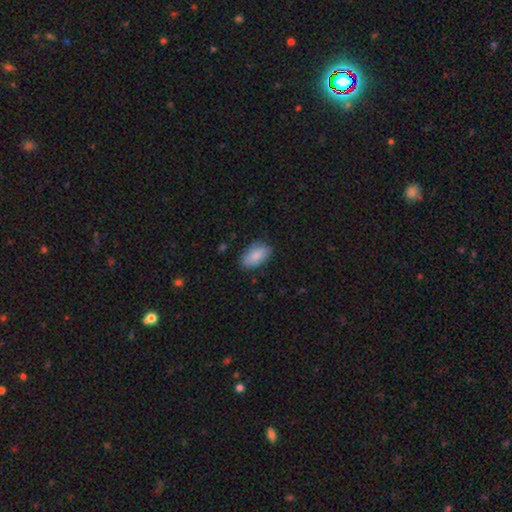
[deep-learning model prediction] Smooth or featured?
  - smooth: 85% *
  - featured or disk: 9%
  - star or artifact: 6%
How rounded?
  - in between: 93% *
  - round: 5%
  - cigar-shaped: 2%
Merging?
  - none: 79% *
  - minor disturbance: 17%
  - major disturbance: 3%
  - merger: 1%